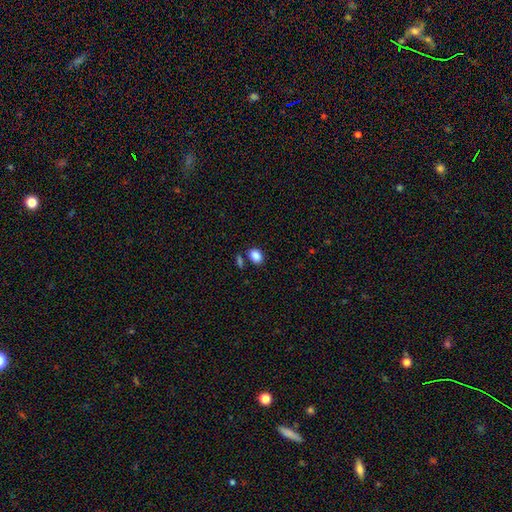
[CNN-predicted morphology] This appears to be a smooth galaxy with no disk features (87%) that is in between round and cigar-shaped (76%). Merging: none (75%).